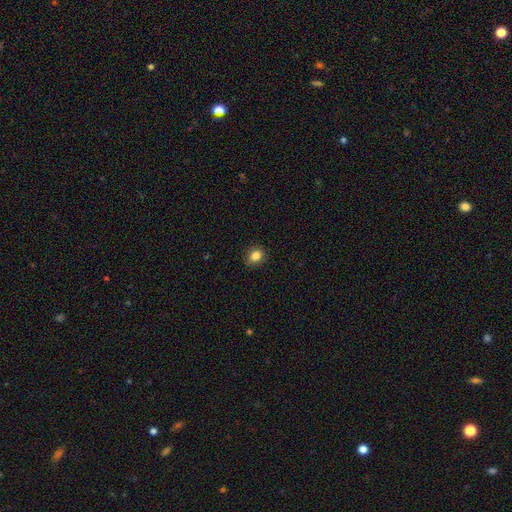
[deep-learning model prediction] smooth 84%, star or artifact 11%, featured or disk 5%. Down the decision tree: how rounded — round (67%); merging — none (85%).